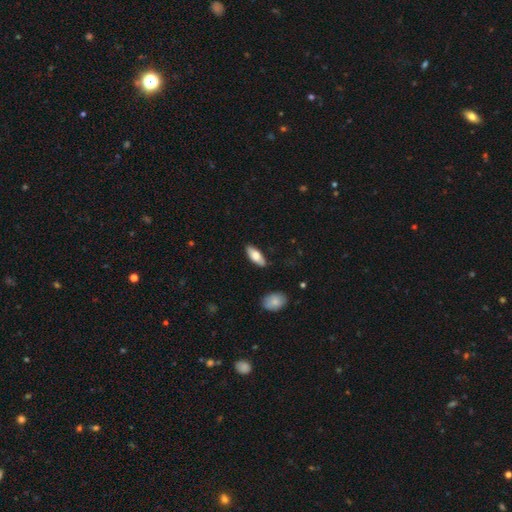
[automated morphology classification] This appears to be a smooth galaxy with no disk features (71%) that is in between round and cigar-shaped (75%). Merging: none (82%).